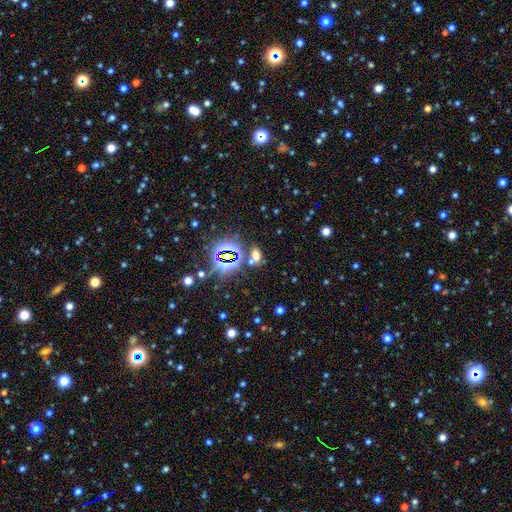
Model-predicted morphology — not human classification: A smooth galaxy with no disk features (48%). Merging: none (69%).